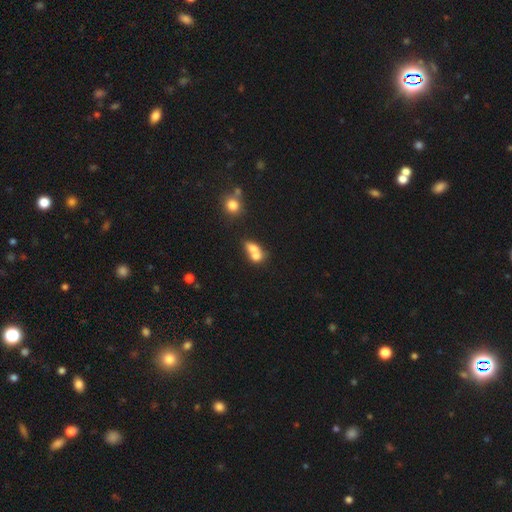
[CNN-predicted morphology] Q: Smooth or featured?
A: smooth (69%); runner-up: featured or disk (20%)
Q: How rounded?
A: in between (57%); runner-up: round (38%)
Q: Merging?
A: merger (71%); runner-up: none (18%)